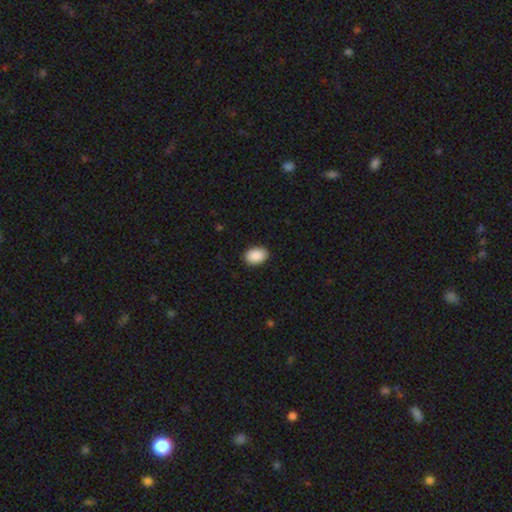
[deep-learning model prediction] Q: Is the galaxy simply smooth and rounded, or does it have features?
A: smooth — 91%.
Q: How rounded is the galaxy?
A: in between — 81%.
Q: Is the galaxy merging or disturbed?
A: none — 89%.